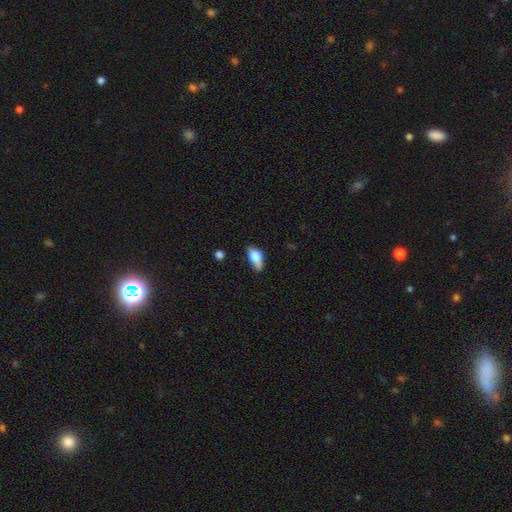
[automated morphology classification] smooth_or_featured: smooth (p=0.61) [alt: featured or disk p=0.30]
how_rounded: in between (p=0.80) [alt: cigar-shaped p=0.12]
merging: none (p=0.41) [alt: minor disturbance p=0.34]